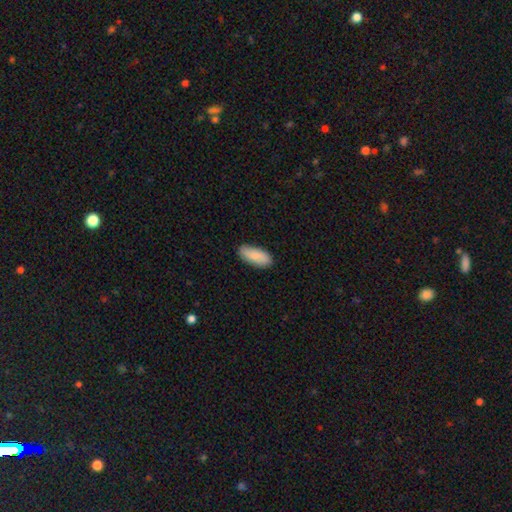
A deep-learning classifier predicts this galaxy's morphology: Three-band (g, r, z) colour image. It shows a smooth galaxy with no disk features (85%) that is in between round and cigar-shaped (86%). Merging: none (85%).